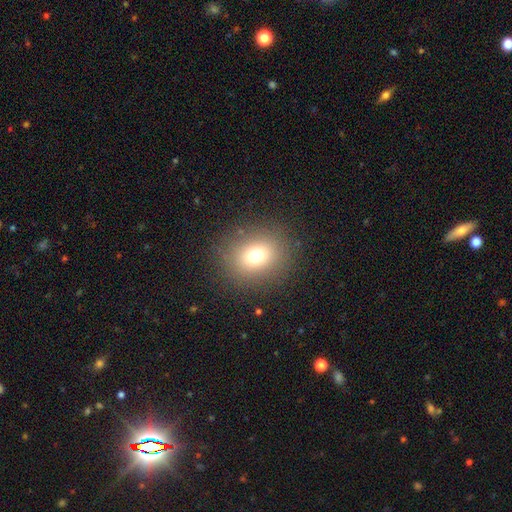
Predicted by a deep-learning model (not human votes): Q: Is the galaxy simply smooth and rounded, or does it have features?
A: smooth — 73%.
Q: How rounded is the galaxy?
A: round — 68%.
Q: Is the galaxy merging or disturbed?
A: none — 86%.